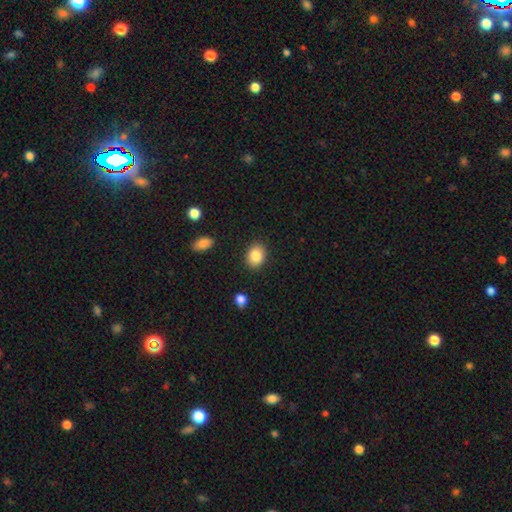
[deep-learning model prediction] This is clearly a smooth galaxy (85%). How rounded: likely in between (62%). Merging: clearly none (88%).